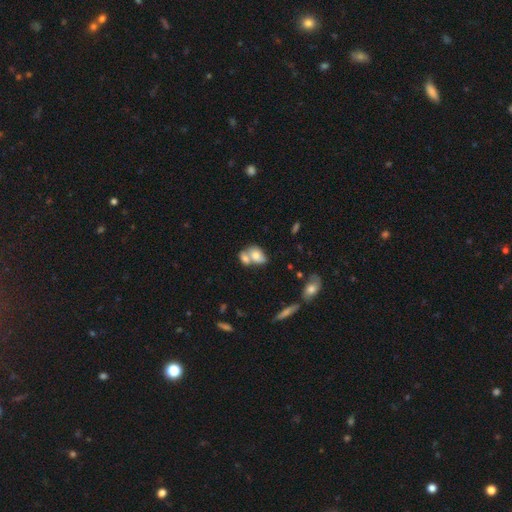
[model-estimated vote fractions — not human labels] This appears to be a smooth galaxy with no disk features (71%) that is in between round and cigar-shaped (79%). Merging: merger (59%).